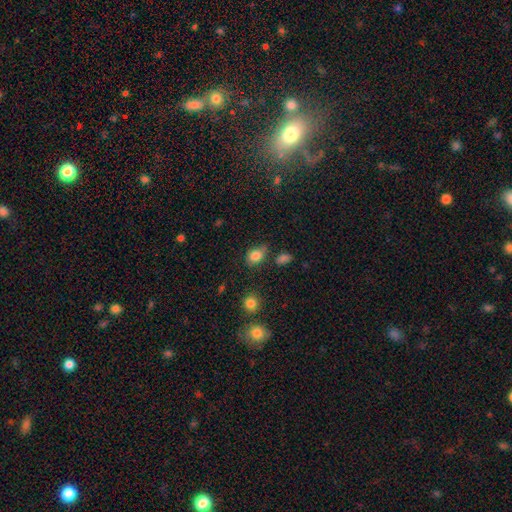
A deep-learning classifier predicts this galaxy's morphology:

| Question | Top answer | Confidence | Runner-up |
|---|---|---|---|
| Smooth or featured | smooth | 83% | star or artifact (11%) |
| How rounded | in between | 61% | round (38%) |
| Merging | none | 65% | minor disturbance (23%) |